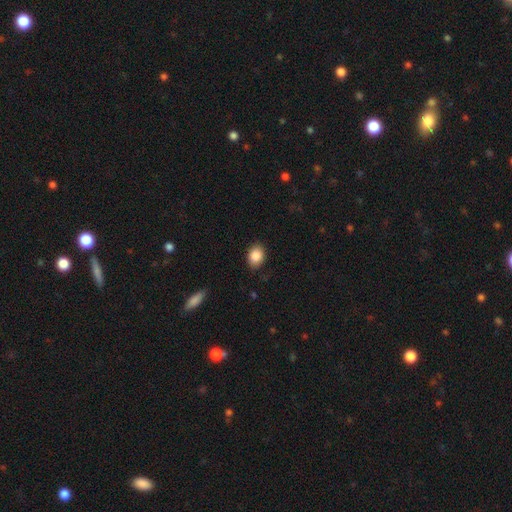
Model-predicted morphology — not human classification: This appears to be a smooth galaxy with no disk features (86%) that is in between round and cigar-shaped (70%). Merging: none (86%).